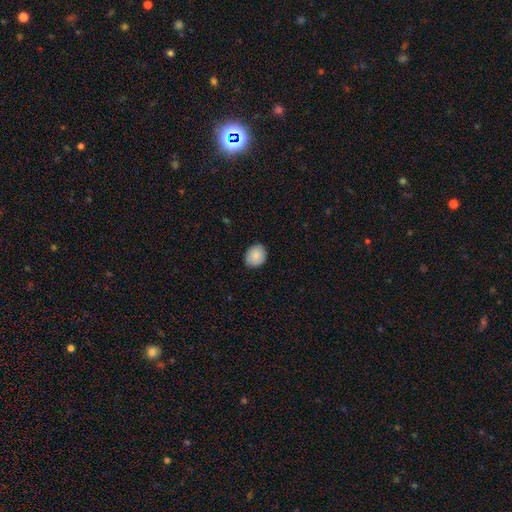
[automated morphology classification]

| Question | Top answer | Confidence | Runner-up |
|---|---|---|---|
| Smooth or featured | smooth | 88% | star or artifact (7%) |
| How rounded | round | 57% | in between (42%) |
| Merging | none | 86% | minor disturbance (11%) |